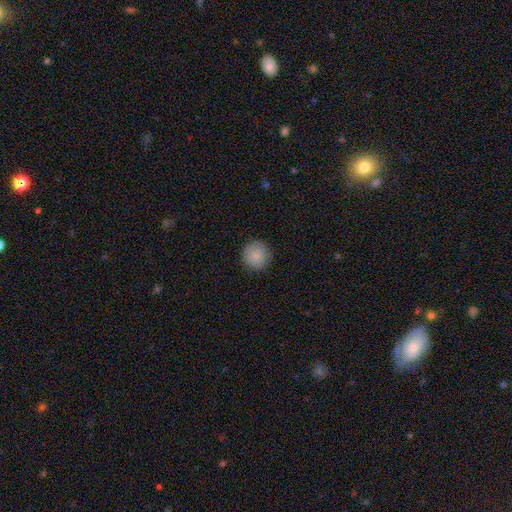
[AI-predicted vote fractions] The model was most divided on "smooth or featured": smooth: 86%, star or artifact: 8%, featured or disk: 6%. More confident: how rounded — round (95%); merging — none (89%).